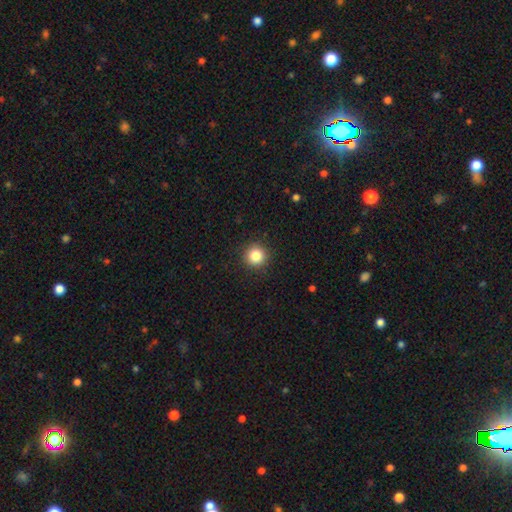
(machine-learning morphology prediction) Overall: smooth (84%). How rounded: round (95%). Merging: none (91%).